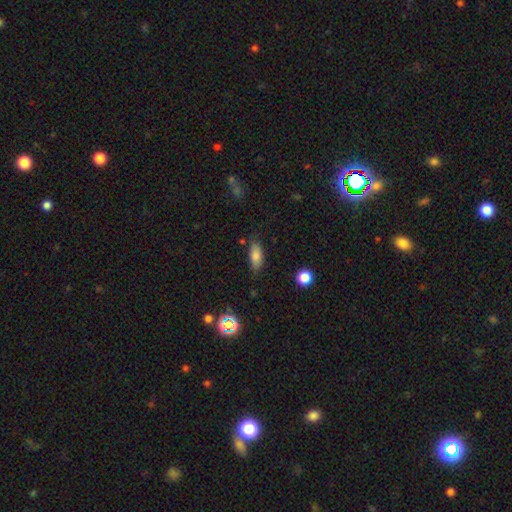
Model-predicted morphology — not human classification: type=smooth (80%); roundness=in between (82%); merging=none (77%).